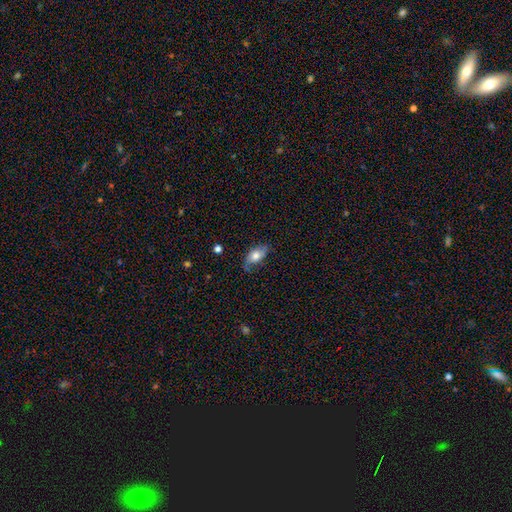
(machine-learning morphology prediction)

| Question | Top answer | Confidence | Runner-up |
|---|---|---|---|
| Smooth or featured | smooth | 59% | featured or disk (34%) |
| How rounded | in between | 88% | cigar-shaped (6%) |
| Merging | none | 64% | minor disturbance (27%) |